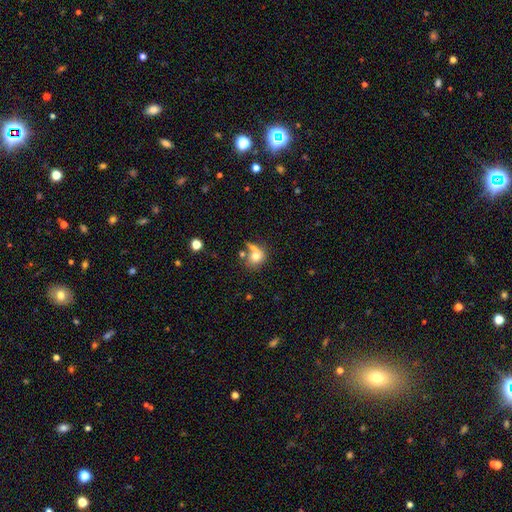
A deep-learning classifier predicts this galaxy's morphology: This is likely a smooth galaxy (71%). How rounded: likely round (66%). Merging: marginally none (38%).